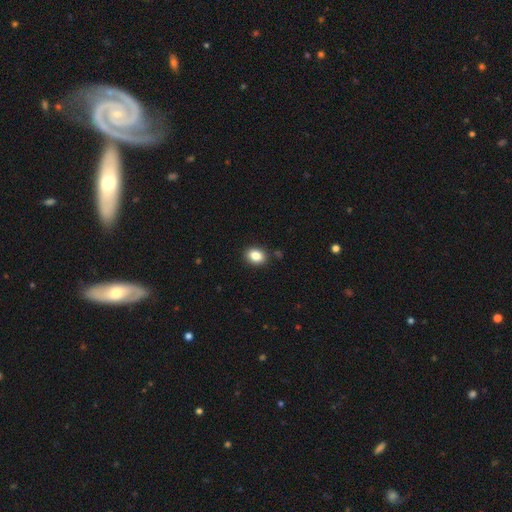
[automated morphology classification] Smooth or featured? Predicted: smooth (p=0.86). How rounded? Predicted: in between (p=0.68). Merging? Predicted: none (p=0.88).